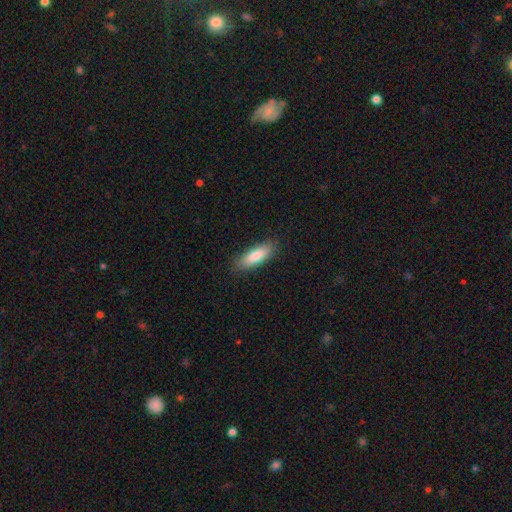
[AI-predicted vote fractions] smooth-or-featured: smooth: 83% | featured or disk: 11% | star or artifact: 6%
  how-rounded: in between: 56% | cigar-shaped: 42% | round: 2%
  merging: none: 87% | minor disturbance: 10% | major disturbance: 2% | merger: 1%